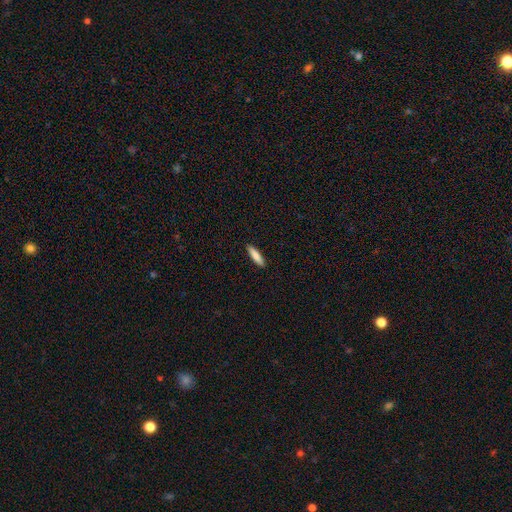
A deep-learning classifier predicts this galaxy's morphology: A smooth galaxy with no disk features (83%) that is cigar-shaped (75%). Merging: none (90%).